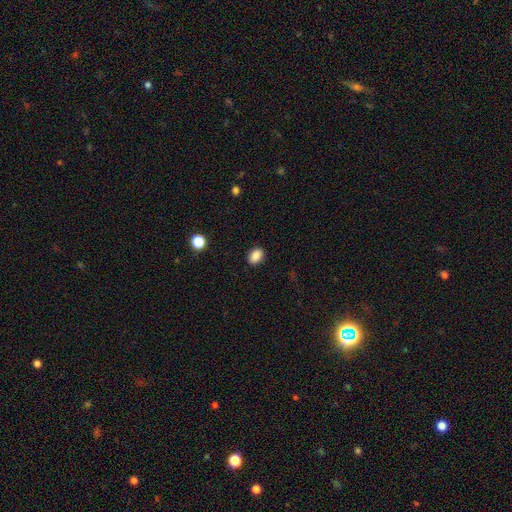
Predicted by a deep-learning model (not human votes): smooth 87%, star or artifact 9%, featured or disk 4%. Down the decision tree: how rounded — in between (77%); merging — none (89%).